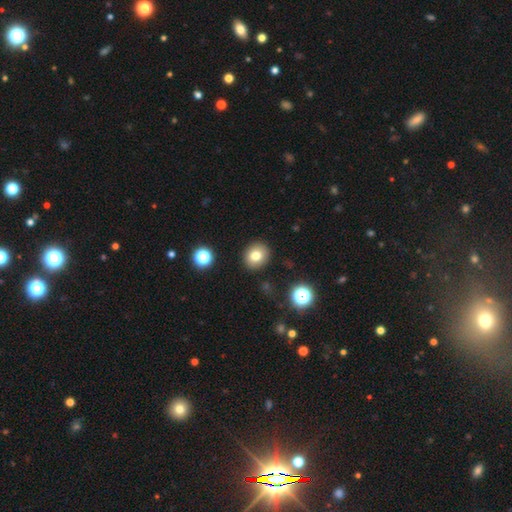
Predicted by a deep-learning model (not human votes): A smooth galaxy with no disk features (78%) that is round (74%). Merging: none (89%).